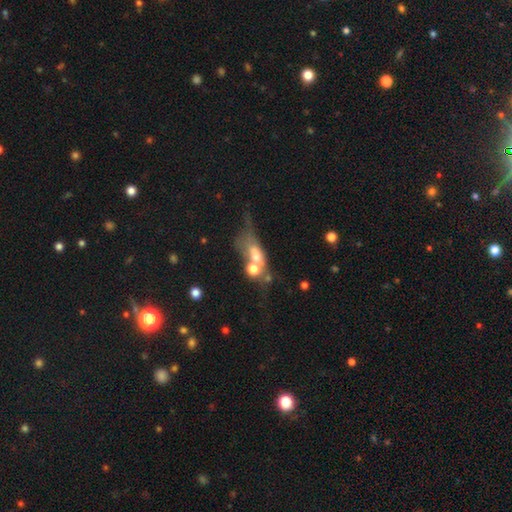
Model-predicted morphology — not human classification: Overall: smooth (52%; featured or disk 34%). How rounded: in between (60%; round 20%). Merging: merger (44%; major disturbance 21%).